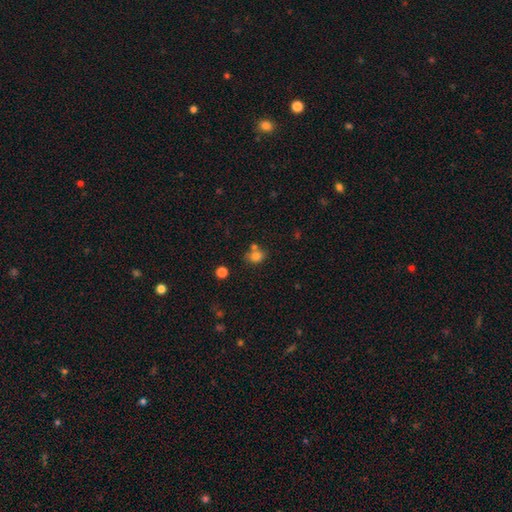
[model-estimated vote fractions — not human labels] smooth_or_featured: smooth (p=0.79) [alt: star or artifact p=0.12]
how_rounded: round (p=0.54) [alt: in between p=0.45]
merging: none (p=0.59) [alt: merger p=0.23]